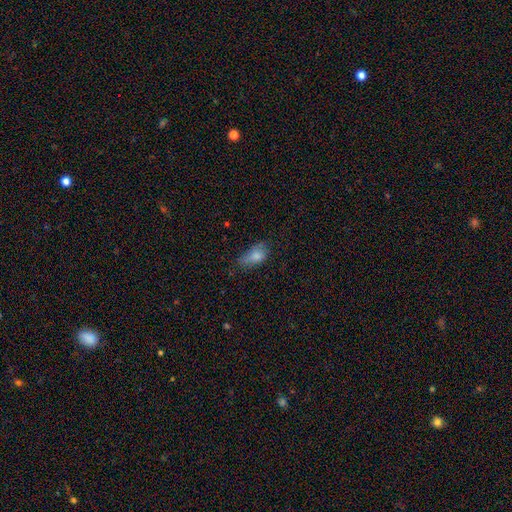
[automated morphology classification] type=smooth (77%); roundness=in between (87%); merging=minor disturbance (38%).